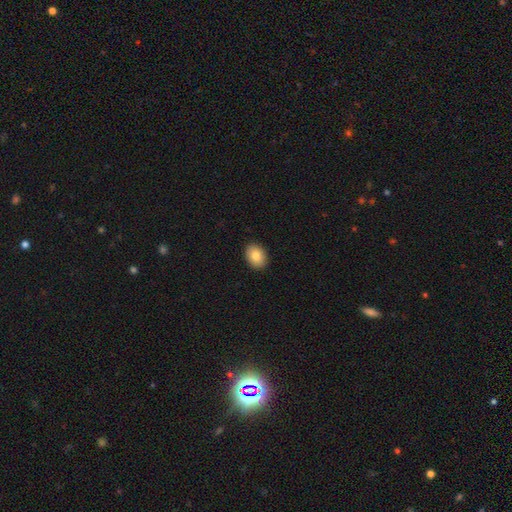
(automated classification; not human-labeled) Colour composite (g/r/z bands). It shows a smooth galaxy with no disk features (84%) that is in between round and cigar-shaped (70%). Merging: none (91%).